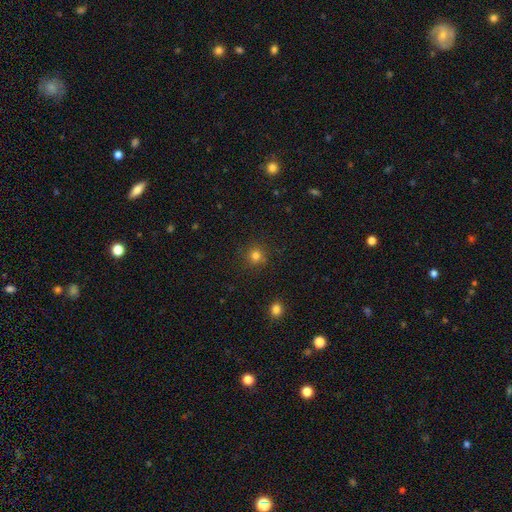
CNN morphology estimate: smooth 80%, star or artifact 15%, featured or disk 5%. Down the decision tree: how rounded — round (92%); merging — none (87%).